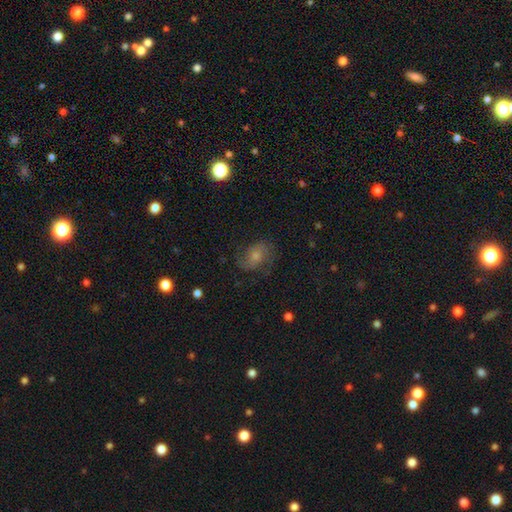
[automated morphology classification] smooth-or-featured: featured or disk: 53% | smooth: 29% | star or artifact: 19%
  disk-edge-on: no: 96% | yes: 4%
    bar: no: 70% | weak: 25% | strong: 5%
    has-spiral-arms: yes: 86% | no: 14%
    bulge-size: moderate: 49% | small: 40% | large: 6% | none: 4% | dominant: 2%
  merging: none: 70% | minor disturbance: 18% | major disturbance: 10% | merger: 1%